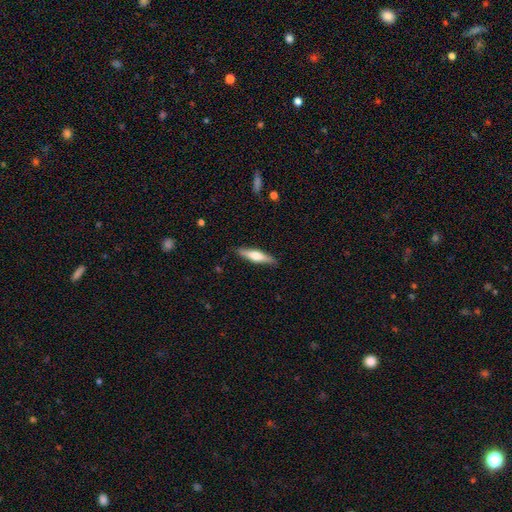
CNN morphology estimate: smooth-or-featured: smooth: 52% | featured or disk: 43% | star or artifact: 5%
  how-rounded: cigar-shaped: 77% | in between: 21% | round: 2%
  merging: none: 87% | minor disturbance: 10% | major disturbance: 2% | merger: 1%